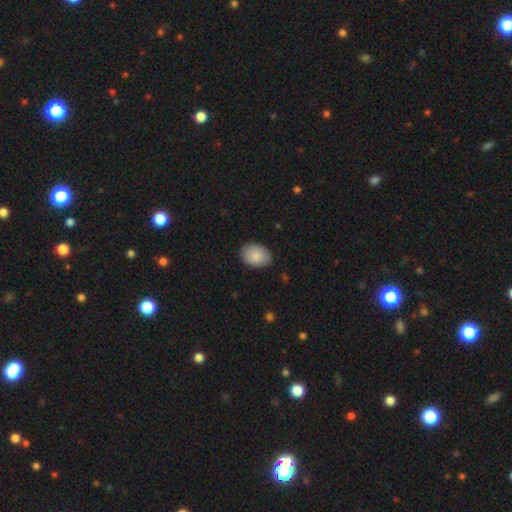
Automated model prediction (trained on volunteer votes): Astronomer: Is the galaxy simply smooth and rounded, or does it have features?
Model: smooth — 88%.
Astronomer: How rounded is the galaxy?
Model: in between — 78%.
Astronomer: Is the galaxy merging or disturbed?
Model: none — 85%.